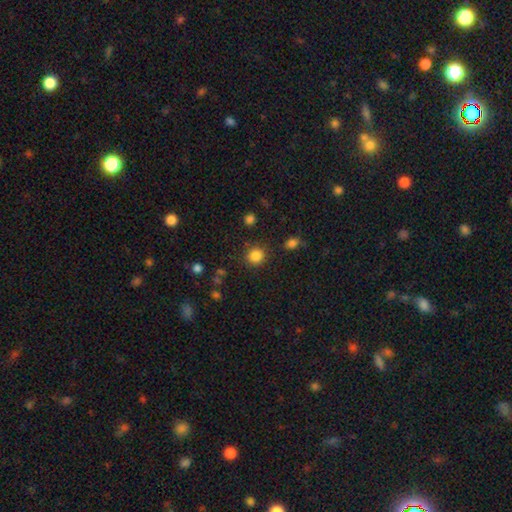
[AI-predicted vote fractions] smooth_or_featured: smooth (p=0.84) [alt: star or artifact p=0.12]
how_rounded: round (p=0.91) [alt: in between p=0.08]
merging: none (p=0.86) [alt: minor disturbance p=0.08]